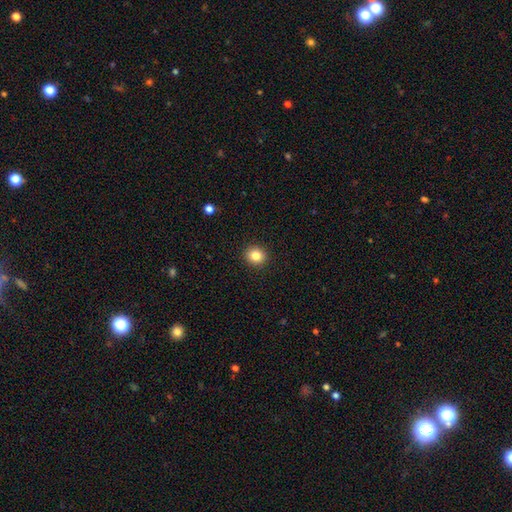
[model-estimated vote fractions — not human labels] This appears to be a smooth galaxy with no disk features (84%) that is round (87%). Merging: none (92%).